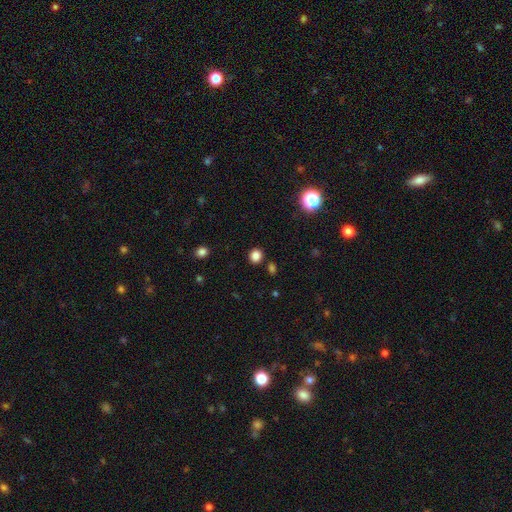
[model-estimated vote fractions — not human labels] smooth-or-featured: smooth: 83% | star or artifact: 13% | featured or disk: 4%
  how-rounded: round: 82% | in between: 17% | cigar-shaped: 1%
  merging: none: 86% | minor disturbance: 7% | merger: 5% | major disturbance: 2%